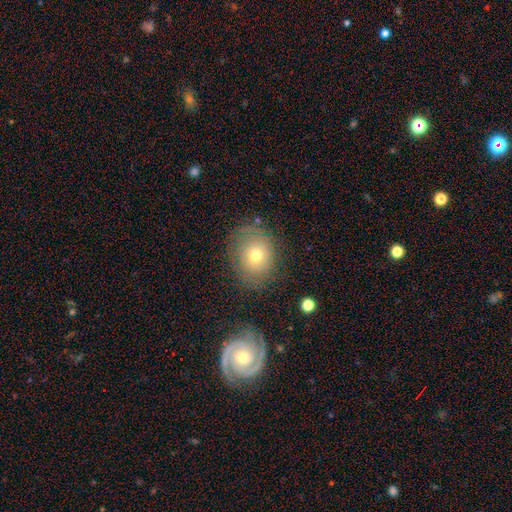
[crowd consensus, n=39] A smooth galaxy with no disk features (59%) that is in between round and cigar-shaped (52%). Merging: none (74%).